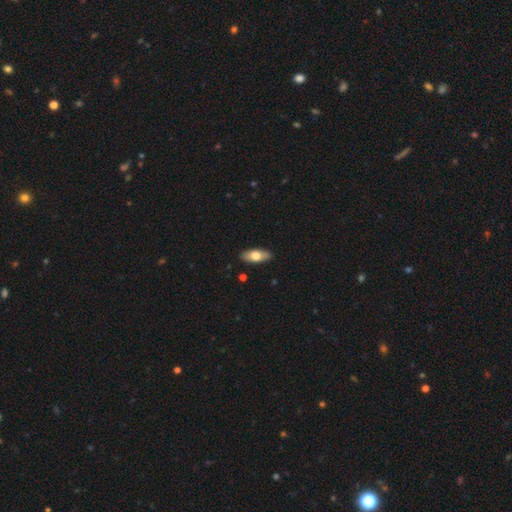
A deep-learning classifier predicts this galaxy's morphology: A smooth galaxy with no disk features (72%) that is in between round and cigar-shaped (81%).

Vote fractions:
- Smooth or featured? smooth: 72% / featured or disk: 23% / star or artifact: 6%
- How rounded? in between: 81% / cigar-shaped: 16% / round: 2%
- Merging? none: 89% / minor disturbance: 8% / major disturbance: 2% / merger: 1%